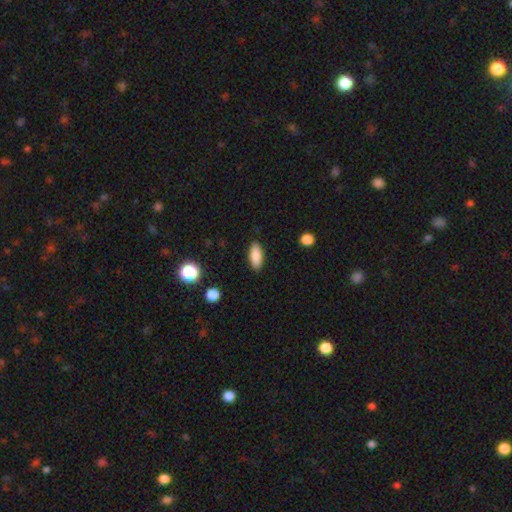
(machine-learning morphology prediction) Overall: smooth (87%). How rounded: in between (76%). Merging: none (89%).